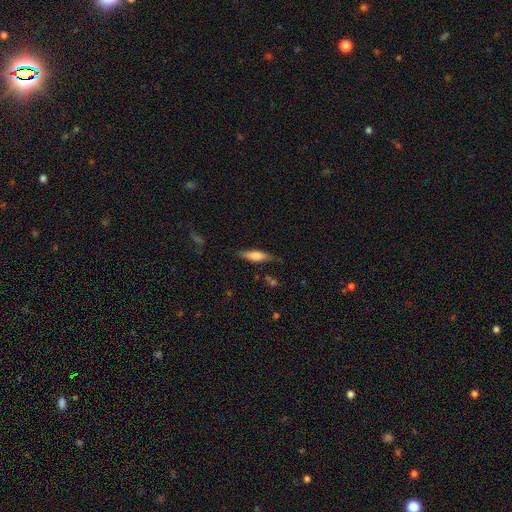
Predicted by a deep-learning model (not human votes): A smooth galaxy with no disk features (60%) that is cigar-shaped (63%). Merging: none (75%).